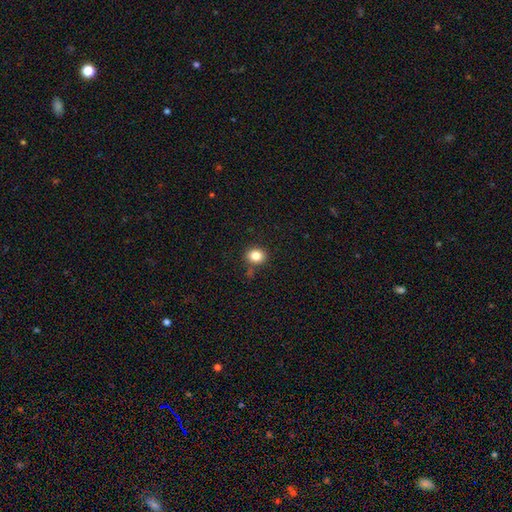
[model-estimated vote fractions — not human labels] The model was most divided on "how rounded": round: 67%, in between: 32%, cigar-shaped: 1%. More confident: smooth or featured — smooth (83%); merging — none (82%).